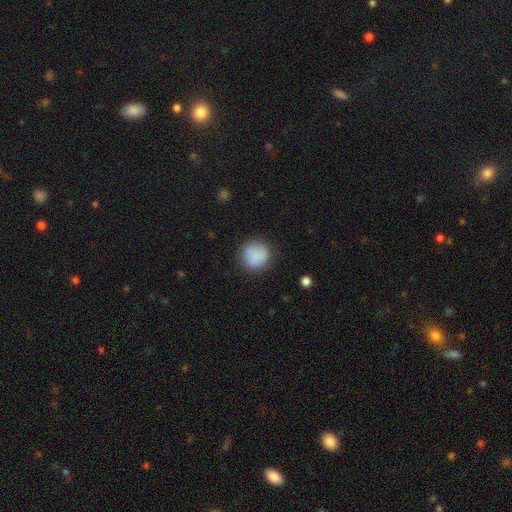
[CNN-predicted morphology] Smooth or featured? Predicted: smooth (p=0.87). How rounded? Predicted: round (p=0.91). Merging? Predicted: none (p=0.84).